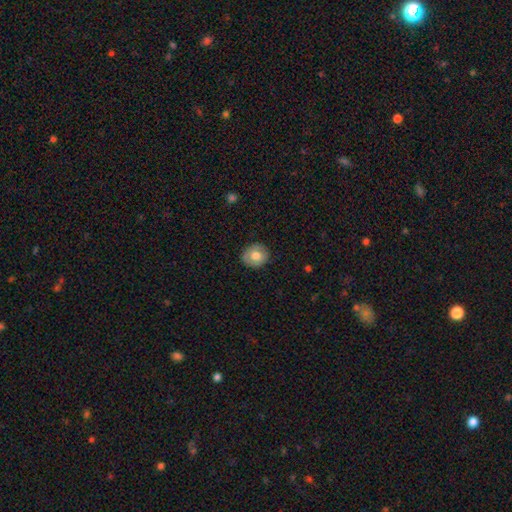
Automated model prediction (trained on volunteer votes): Morphology: type=smooth (72%); roundness=round (74%); merging=none (85%).